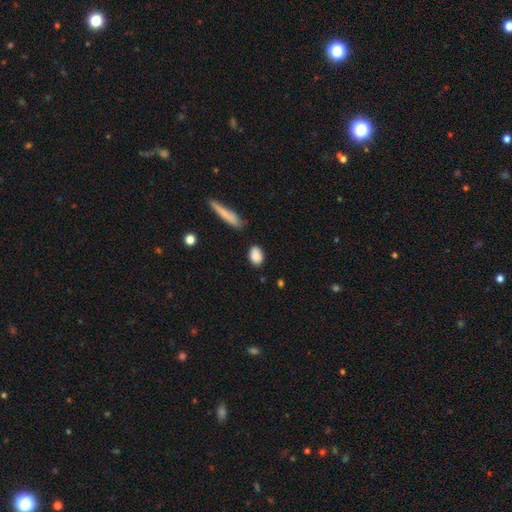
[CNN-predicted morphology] Smooth or featured? Predicted: smooth (p=0.88). How rounded? Predicted: in between (p=0.82). Merging? Predicted: none (p=0.79).